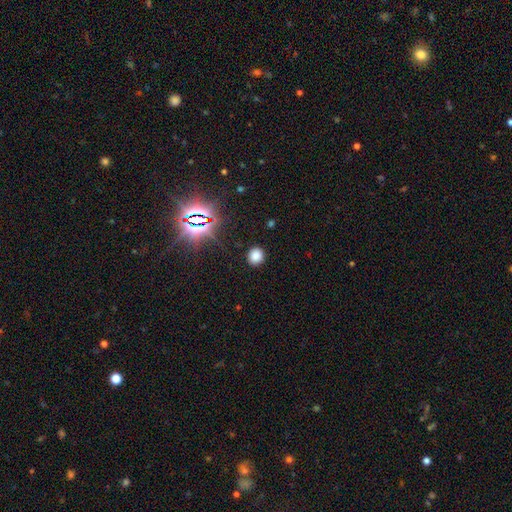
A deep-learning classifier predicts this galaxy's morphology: A smooth galaxy with no disk features (76%) that is round (85%).

Vote fractions:
- Smooth or featured? smooth: 76% / star or artifact: 19% / featured or disk: 5%
- How rounded? round: 85% / in between: 14% / cigar-shaped: 1%
- Merging? none: 89% / minor disturbance: 7% / major disturbance: 3% / merger: 1%